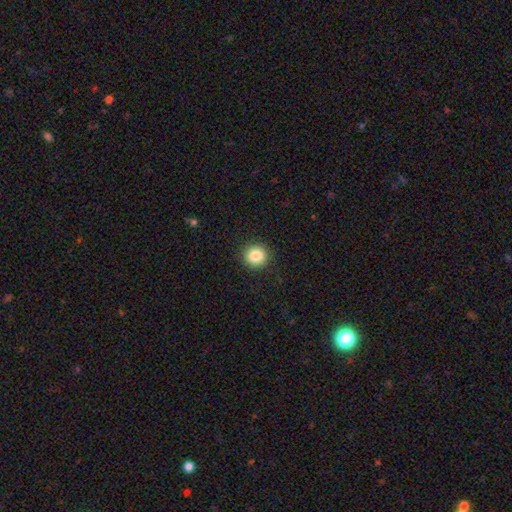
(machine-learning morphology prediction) Smooth or featured: smooth — 85% (star or artifact — 10%)
How rounded: round — 92% (in between — 7%)
Merging: none — 91% (minor disturbance — 6%)